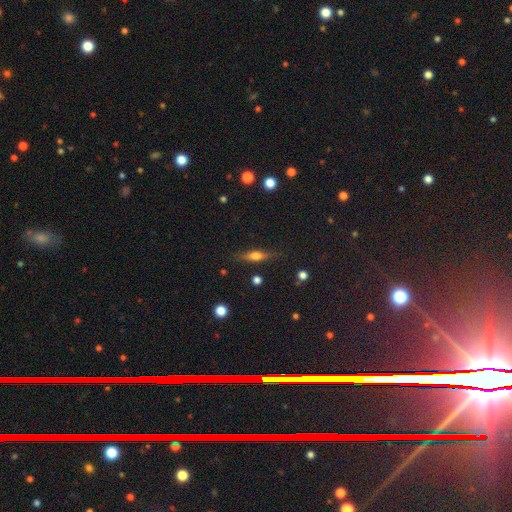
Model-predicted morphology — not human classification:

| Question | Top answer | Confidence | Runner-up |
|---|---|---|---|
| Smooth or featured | featured or disk | 53% | smooth (37%) |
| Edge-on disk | yes | 93% | no (7%) |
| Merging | none | 85% | minor disturbance (10%) |